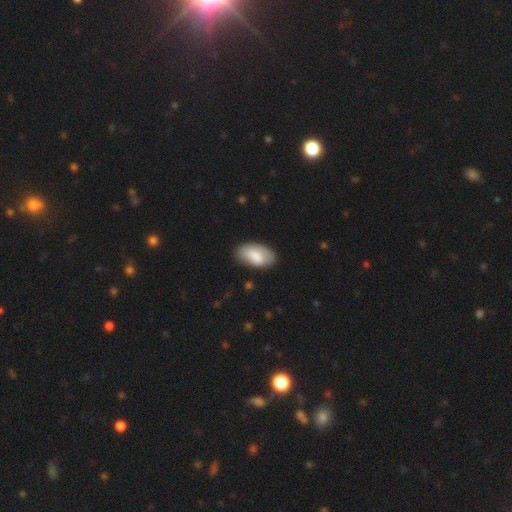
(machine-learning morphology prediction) smooth 79%, featured or disk 15%, star or artifact 6%. Down the decision tree: how rounded — in between (95%); merging — none (75%).